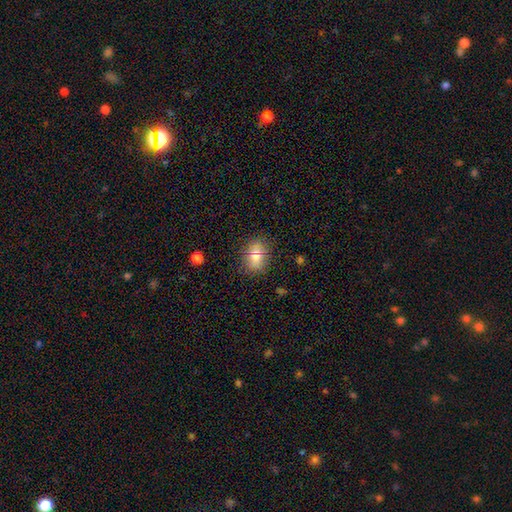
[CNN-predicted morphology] Overall: smooth (74%). How rounded: in between (75%). Merging: none (81%).